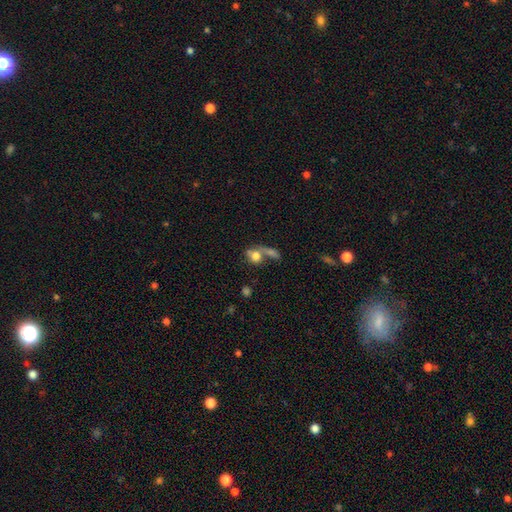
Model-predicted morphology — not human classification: smooth-or-featured: smooth: 73% | featured or disk: 16% | star or artifact: 11%
  how-rounded: round: 50% | in between: 46% | cigar-shaped: 5%
  merging: merger: 46% | none: 32% | major disturbance: 12% | minor disturbance: 11%